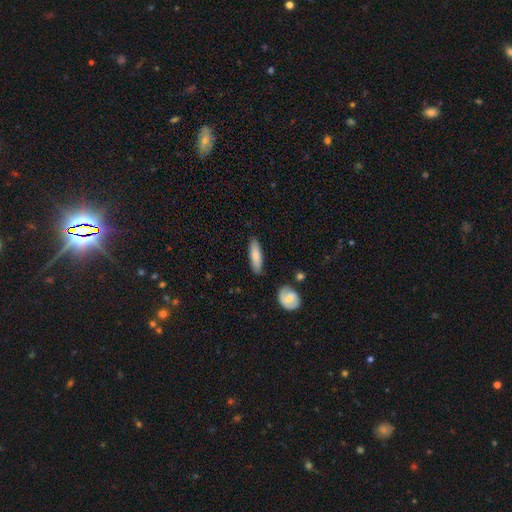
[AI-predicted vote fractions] Smooth or featured? smooth (78%)
How rounded? cigar-shaped (61%)
Merging? none (85%)